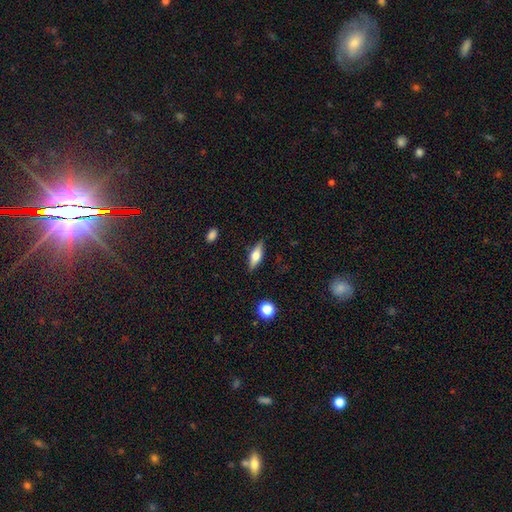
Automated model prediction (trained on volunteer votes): Morphology: type=smooth (51%); roundness=in between (57%); merging=none (85%).